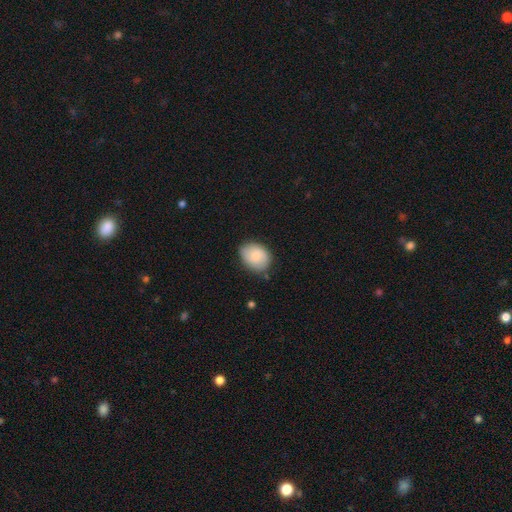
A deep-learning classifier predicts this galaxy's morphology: Smooth or featured? Predicted: smooth (p=0.74). How rounded? Predicted: in between (p=0.59). Merging? Predicted: none (p=0.76).